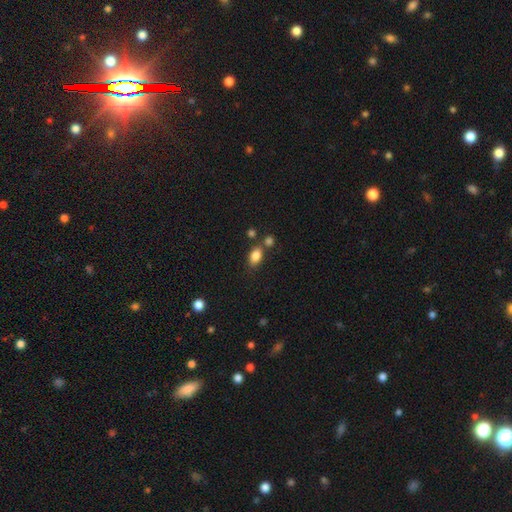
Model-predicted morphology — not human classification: Overall: smooth (84%). How rounded: in between (84%). Merging: none (66%).